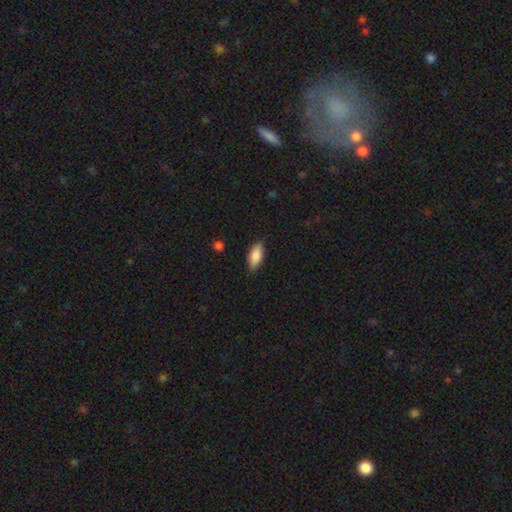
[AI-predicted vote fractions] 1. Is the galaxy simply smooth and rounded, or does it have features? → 86% smooth, 8% featured or disk, 6% star or artifact.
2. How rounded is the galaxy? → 87% in between, 11% cigar-shaped, 2% round.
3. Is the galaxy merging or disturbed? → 83% none, 13% minor disturbance, 2% major disturbance, 1% merger.